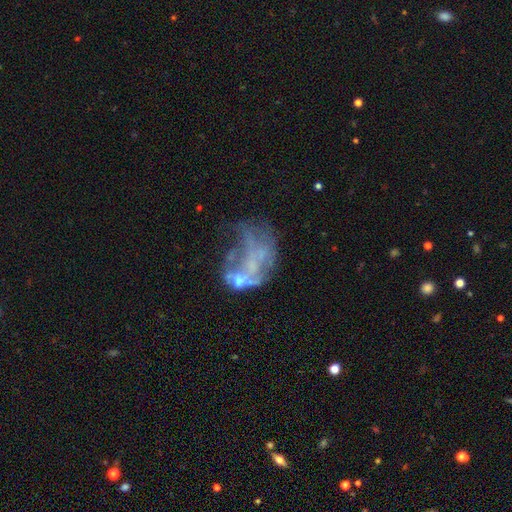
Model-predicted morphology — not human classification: smooth_or_featured: featured or disk (p=0.63) [alt: smooth p=0.21]
disk_edge_on: no (p=0.98) [alt: yes p=0.02]
bar: no (p=0.89) [alt: weak p=0.09]
has_spiral_arms: no (p=0.89) [alt: yes p=0.11]
bulge_size: none (p=0.71) [alt: small p=0.13]
merging: major disturbance (p=0.41) [alt: none p=0.25]